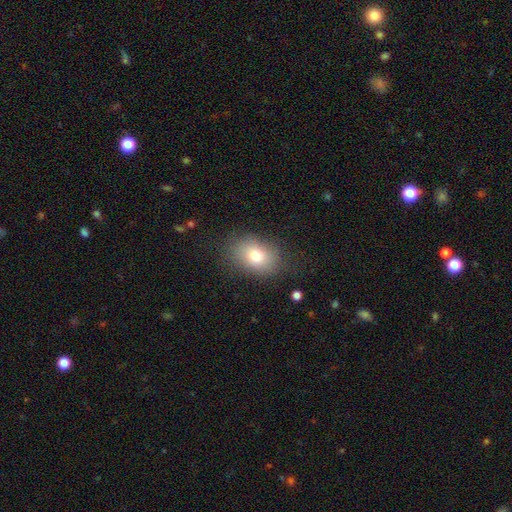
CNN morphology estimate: Smooth or featured?
  - smooth: 76% *
  - featured or disk: 13%
  - star or artifact: 11%
How rounded?
  - in between: 74% *
  - round: 25%
  - cigar-shaped: 1%
Merging?
  - none: 79% *
  - minor disturbance: 14%
  - major disturbance: 6%
  - merger: 1%